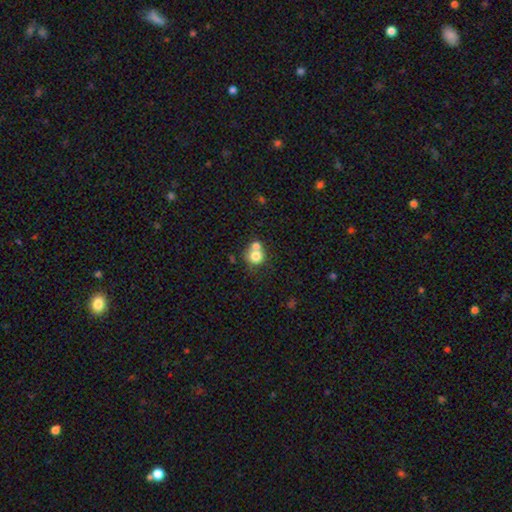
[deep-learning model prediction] A smooth galaxy with no disk features (76%) that is round (84%). Merging: merger (50%).